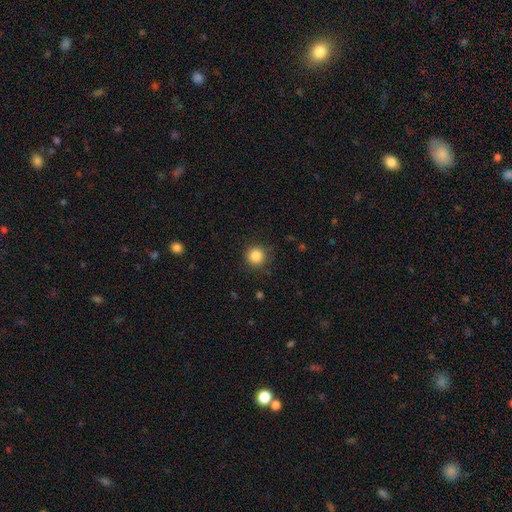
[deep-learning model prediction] A smooth galaxy with no disk features (85%) that is round (94%). Merging: none (88%).